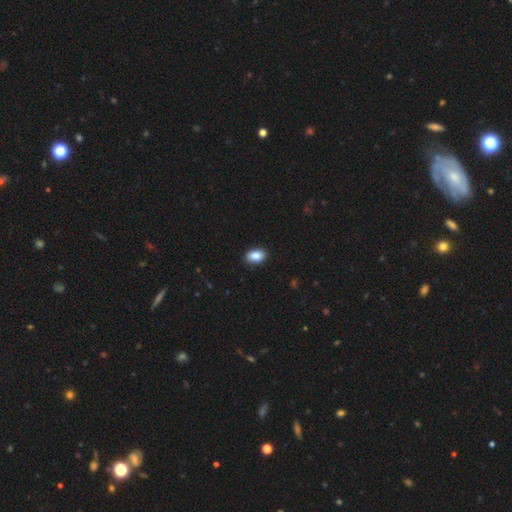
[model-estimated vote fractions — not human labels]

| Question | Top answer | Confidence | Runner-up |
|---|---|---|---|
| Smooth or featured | smooth | 86% | star or artifact (8%) |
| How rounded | in between | 88% | round (11%) |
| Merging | none | 90% | minor disturbance (7%) |